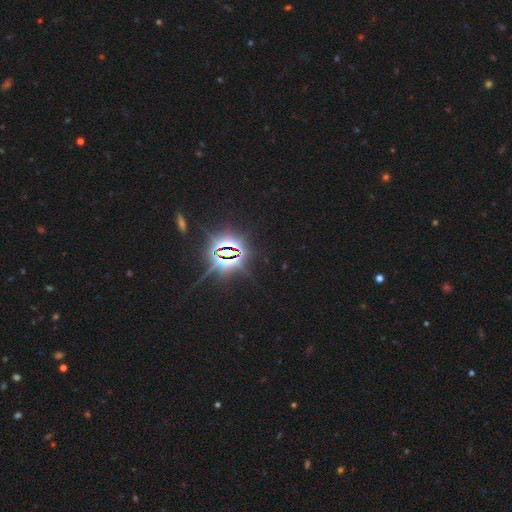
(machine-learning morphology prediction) Smooth or featured? Predicted: star or artifact (p=0.87).